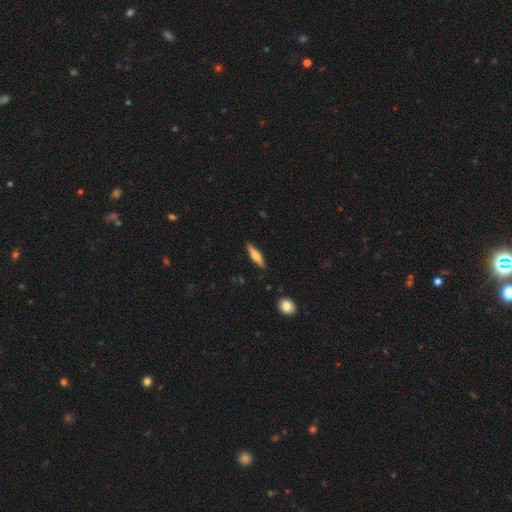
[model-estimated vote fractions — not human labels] A featured or disk galaxy (53%) viewed edge-on (95%) with a rounded central bulge (88%). Merging: none (88%).